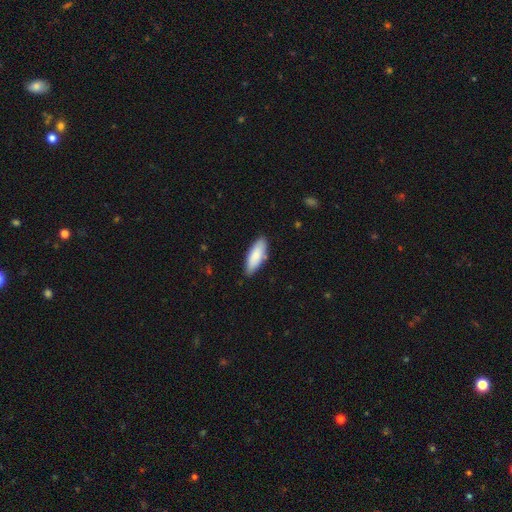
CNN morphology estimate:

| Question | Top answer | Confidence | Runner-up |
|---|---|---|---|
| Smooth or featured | smooth | 83% | featured or disk (11%) |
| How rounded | in between | 69% | cigar-shaped (30%) |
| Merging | none | 82% | minor disturbance (14%) |